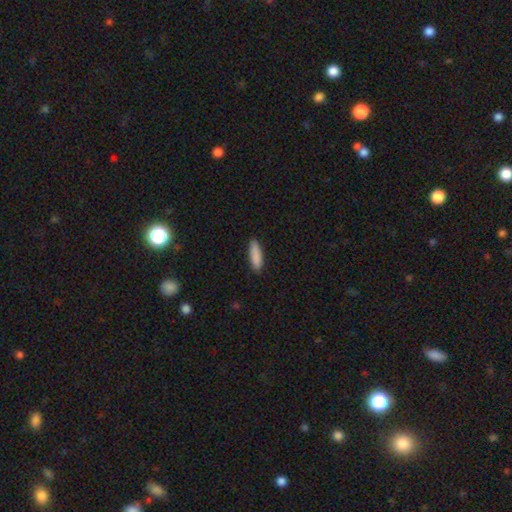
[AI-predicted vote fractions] smooth 88%, star or artifact 6%, featured or disk 6%. Down the decision tree: how rounded — cigar-shaped (59%); merging — none (87%).